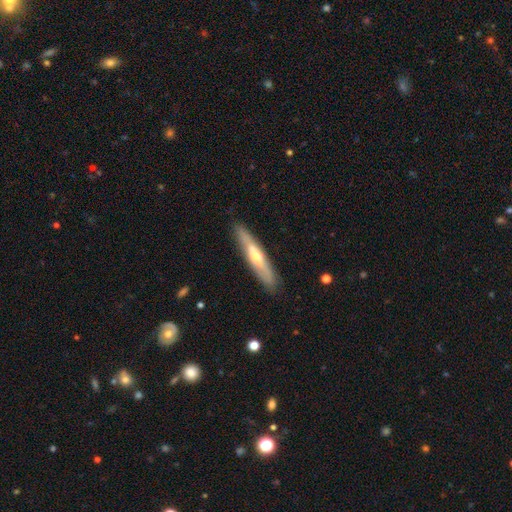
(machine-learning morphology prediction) A featured or disk galaxy (53%) viewed edge-on (78%).

Vote fractions:
- Smooth or featured? featured or disk: 53% / smooth: 41% / star or artifact: 5%
- Edge-on disk? yes: 78% / no: 22%
- Merging? none: 86% / minor disturbance: 10% / major disturbance: 2% / merger: 1%